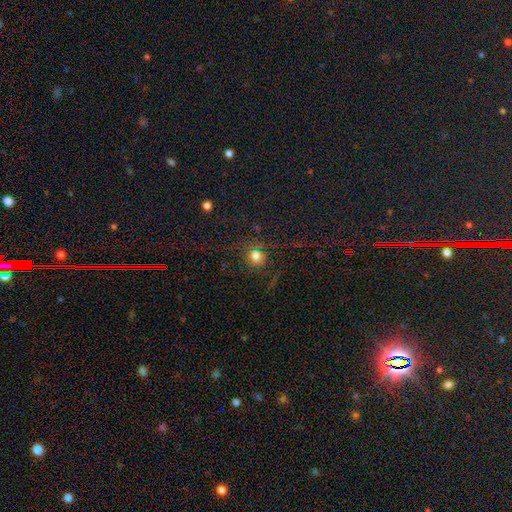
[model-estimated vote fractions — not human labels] Q: Smooth or featured?
A: smooth (67%); runner-up: star or artifact (21%)
Q: How rounded?
A: round (89%); runner-up: in between (10%)
Q: Merging?
A: none (78%); runner-up: minor disturbance (12%)